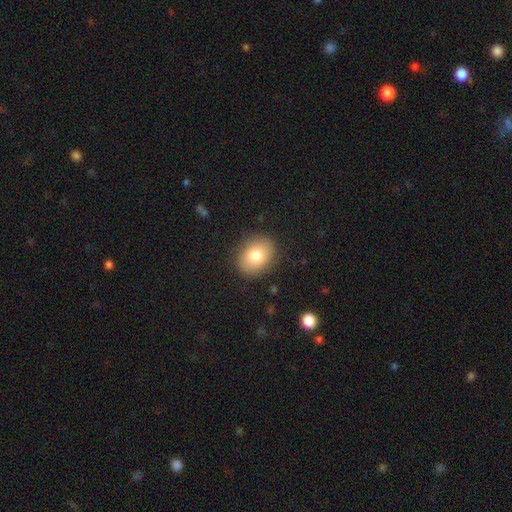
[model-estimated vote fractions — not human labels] smooth_or_featured: smooth (p=0.79) [alt: featured or disk p=0.13]
how_rounded: in between (p=0.56) [alt: round p=0.43]
merging: none (p=0.88) [alt: minor disturbance p=0.09]